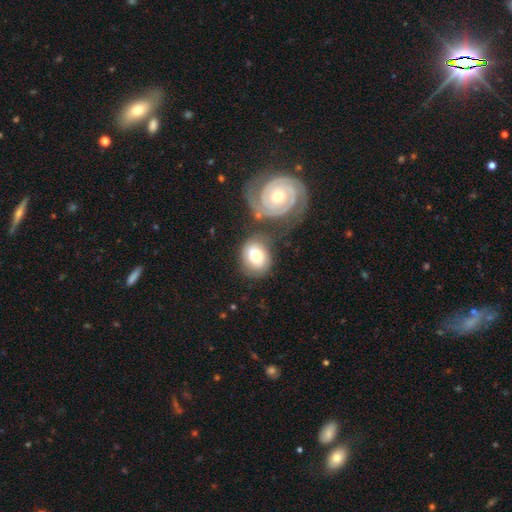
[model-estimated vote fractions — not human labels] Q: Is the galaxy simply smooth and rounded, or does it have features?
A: smooth — 58%.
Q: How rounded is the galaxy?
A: round — 51%.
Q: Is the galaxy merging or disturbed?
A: none — 46%.